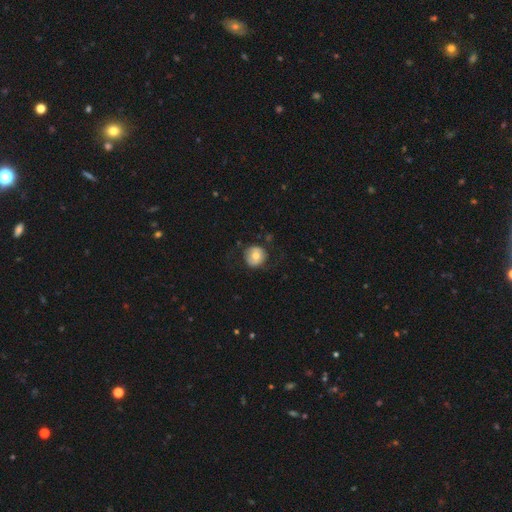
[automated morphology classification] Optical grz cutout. It shows a smooth galaxy with no disk features (64%) that is round (90%). Merging: none (74%).